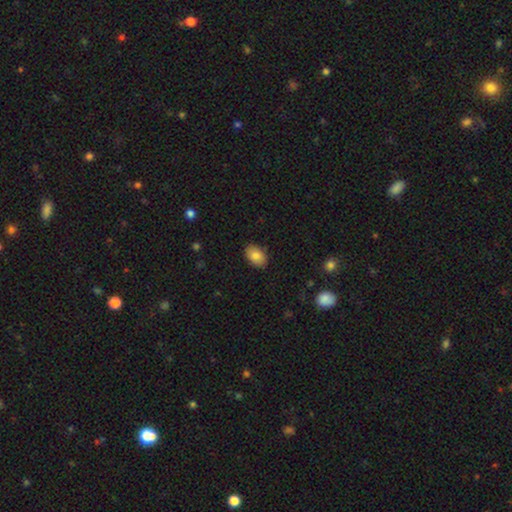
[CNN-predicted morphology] A smooth galaxy with no disk features (83%) that is in between round and cigar-shaped (86%).

Vote fractions:
- Smooth or featured? smooth: 83% / featured or disk: 10% / star or artifact: 8%
- How rounded? in between: 86% / round: 12% / cigar-shaped: 1%
- Merging? none: 87% / minor disturbance: 10% / major disturbance: 2% / merger: 1%